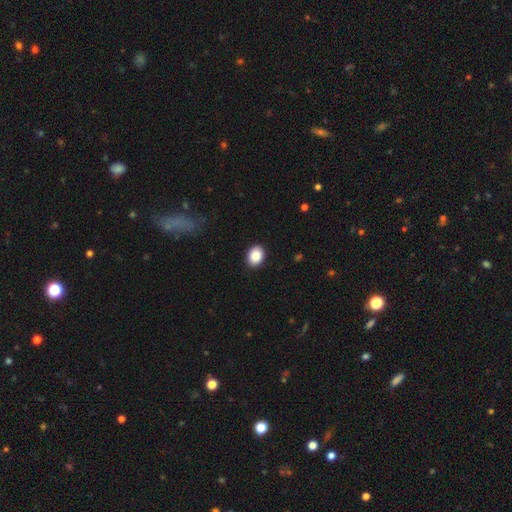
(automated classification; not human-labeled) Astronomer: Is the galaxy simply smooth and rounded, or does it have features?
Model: smooth — 88%.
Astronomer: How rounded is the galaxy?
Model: in between — 60% (runner-up: round, 39%).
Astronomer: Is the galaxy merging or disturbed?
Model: none — 90%.